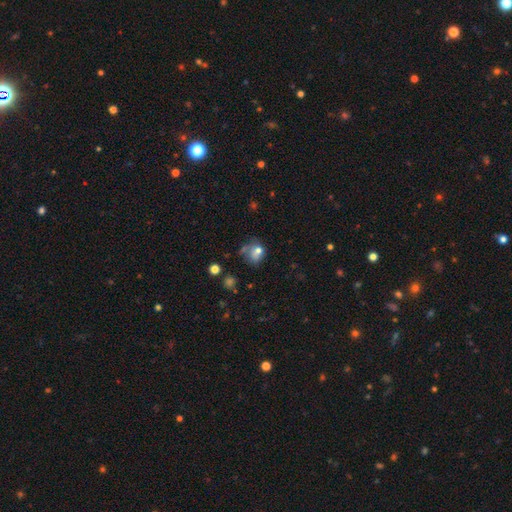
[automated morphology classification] A smooth galaxy with no disk features (59%) that is round (57%).

Vote fractions:
- Smooth or featured? smooth: 59% / featured or disk: 26% / star or artifact: 15%
- How rounded? round: 57% / in between: 42% / cigar-shaped: 1%
- Merging? none: 36% / major disturbance: 27% / minor disturbance: 23% / merger: 14%